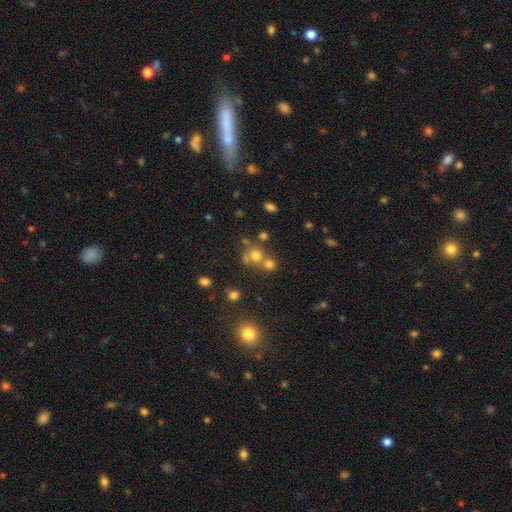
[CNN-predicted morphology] A smooth galaxy with no disk features (65%) that is round (85%). Merging: none (49%).